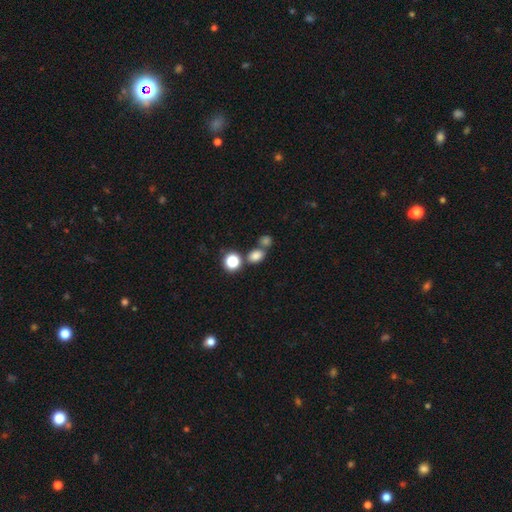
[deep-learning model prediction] This appears to be a smooth galaxy with no disk features (78%) that is in between round and cigar-shaped (54%). Merging: none (58%).